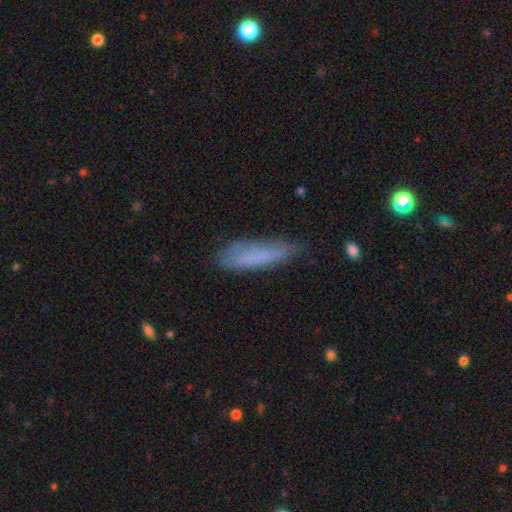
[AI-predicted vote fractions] Smooth or featured? Predicted: smooth (p=0.68). How rounded? Predicted: cigar-shaped (p=0.72). Merging? Predicted: none (p=0.64).